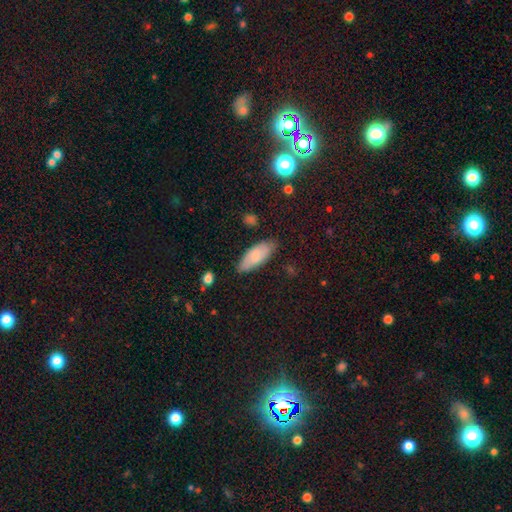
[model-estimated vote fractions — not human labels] This appears to be a smooth galaxy with no disk features (76%) that is in between round and cigar-shaped (80%). Merging: none (78%).